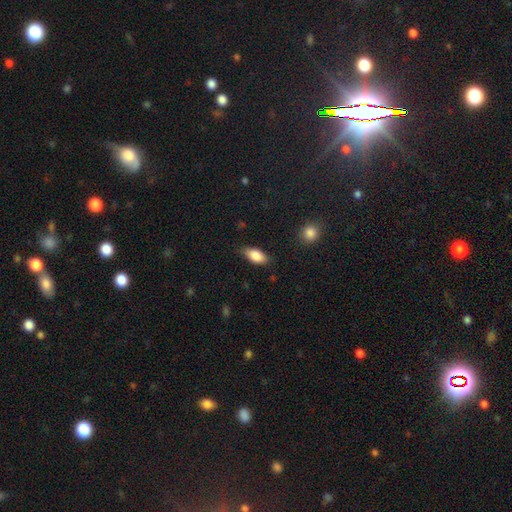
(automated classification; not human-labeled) The model was most divided on "merging": none: 77%, minor disturbance: 18%, major disturbance: 4%, merger: 1%. More confident: how rounded — in between (88%); smooth or featured — smooth (84%).